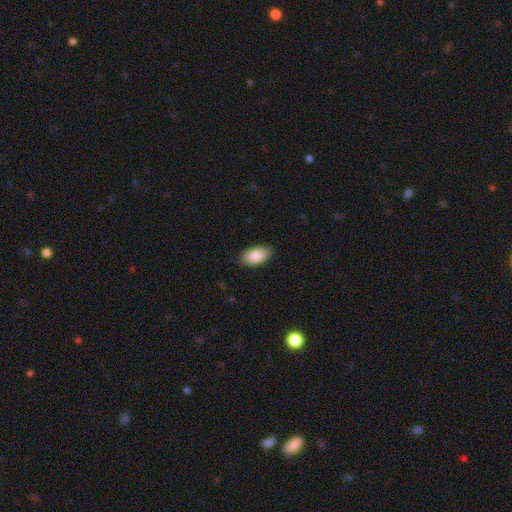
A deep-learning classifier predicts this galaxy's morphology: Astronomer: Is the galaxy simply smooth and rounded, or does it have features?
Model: smooth — 87%.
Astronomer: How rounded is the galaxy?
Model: in between — 94%.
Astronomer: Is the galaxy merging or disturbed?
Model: none — 87%.